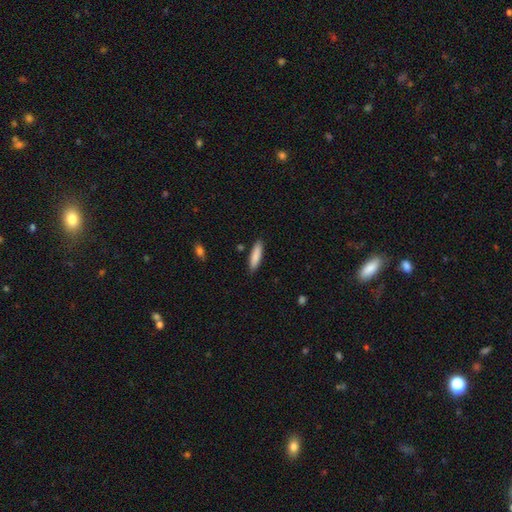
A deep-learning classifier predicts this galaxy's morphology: type=smooth (86%); roundness=cigar-shaped (74%); merging=none (89%).